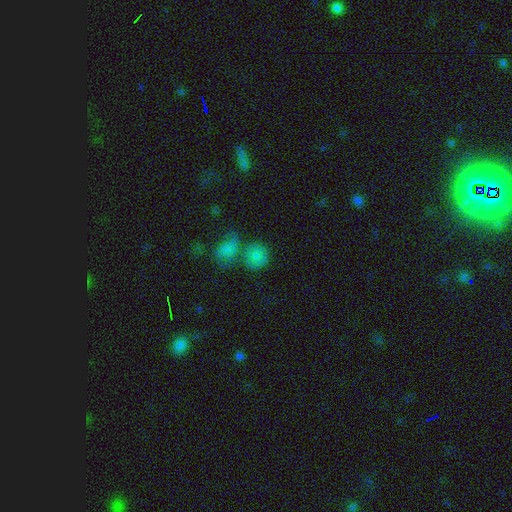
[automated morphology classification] A smooth galaxy with no disk features (74%) that is round (79%).

Vote fractions:
- Smooth or featured? smooth: 74% / star or artifact: 15% / featured or disk: 10%
- How rounded? round: 79% / in between: 19% / cigar-shaped: 2%
- Merging? none: 47% / merger: 36% / minor disturbance: 11% / major disturbance: 6%